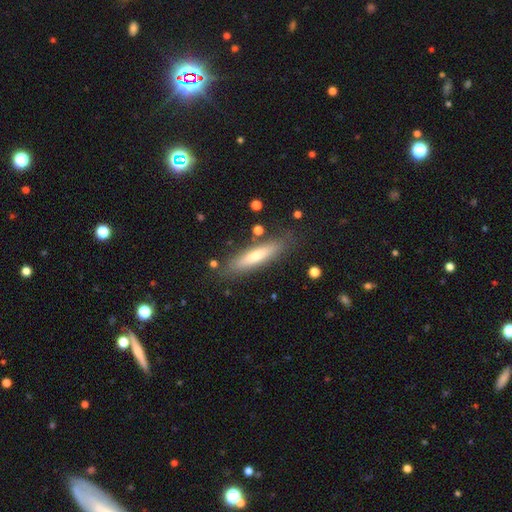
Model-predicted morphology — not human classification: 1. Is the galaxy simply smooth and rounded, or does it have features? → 53% smooth, 38% featured or disk, 9% star or artifact.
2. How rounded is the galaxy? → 81% cigar-shaped, 18% in between, 2% round.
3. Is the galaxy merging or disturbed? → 83% none, 12% minor disturbance, 3% major disturbance, 3% merger.